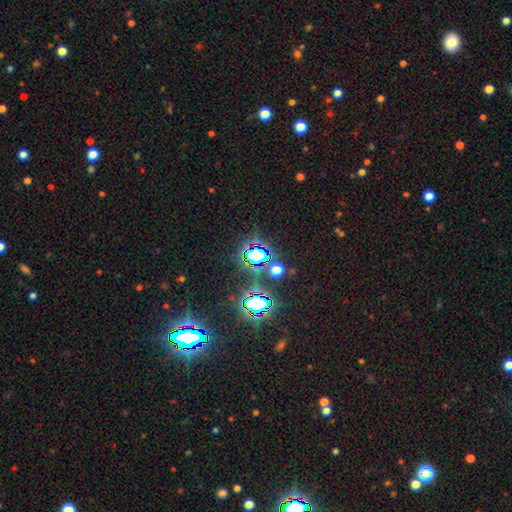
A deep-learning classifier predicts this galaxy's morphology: This appears to be a star or artifact, not a galaxy (71%).